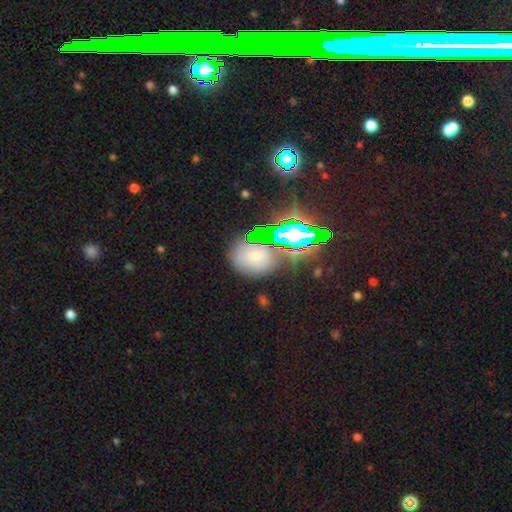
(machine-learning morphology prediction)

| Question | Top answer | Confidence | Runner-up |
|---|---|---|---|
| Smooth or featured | smooth | 43% | star or artifact (35%) |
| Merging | none | 69% | minor disturbance (17%) |